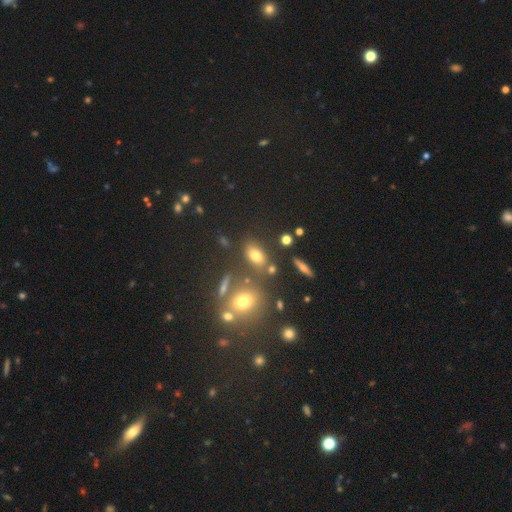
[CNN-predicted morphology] Q: Smooth or featured?
A: smooth (71%); runner-up: star or artifact (16%)
Q: How rounded?
A: in between (80%); runner-up: round (15%)
Q: Merging?
A: none (71%); runner-up: minor disturbance (12%)